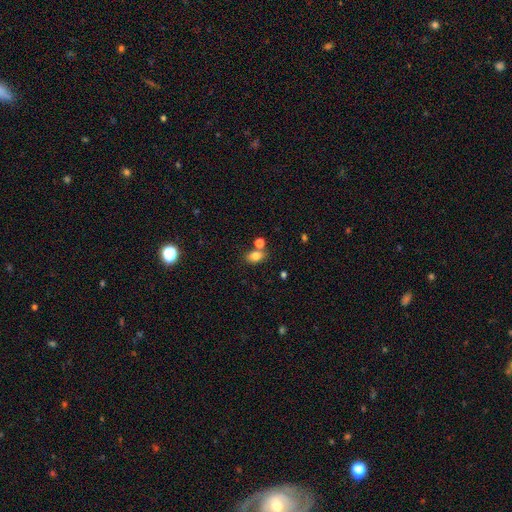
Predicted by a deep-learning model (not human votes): Morphology: type=smooth (80%); roundness=in between (76%); merging=none (64%).